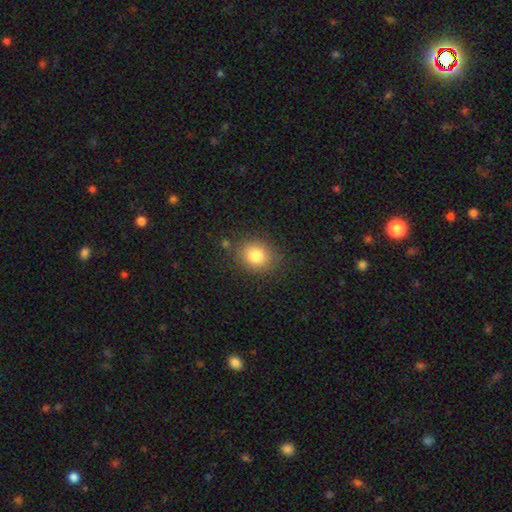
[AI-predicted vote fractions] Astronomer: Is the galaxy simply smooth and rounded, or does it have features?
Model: smooth — 82%.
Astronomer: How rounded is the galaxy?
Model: round — 61% (runner-up: in between, 38%).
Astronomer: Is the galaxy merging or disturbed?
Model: none — 81%.